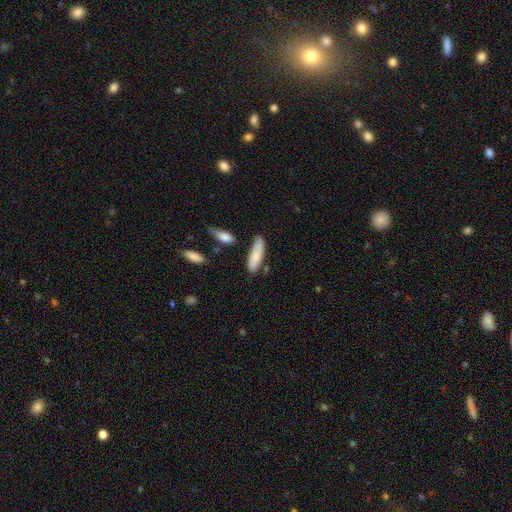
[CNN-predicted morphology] A smooth galaxy with no disk features (81%) that is cigar-shaped (50%). Merging: none (71%).